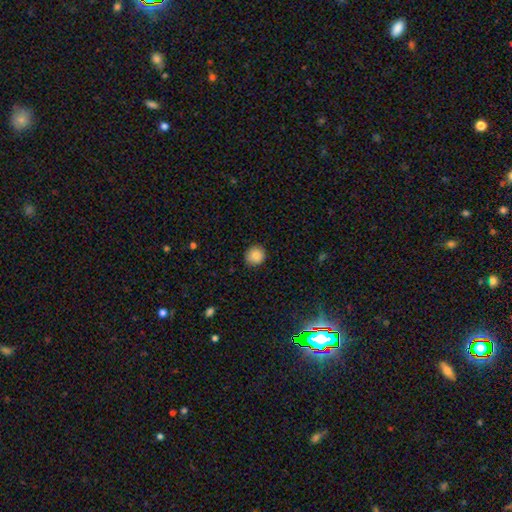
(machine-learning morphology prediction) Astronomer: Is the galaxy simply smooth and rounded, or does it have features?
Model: smooth — 87%.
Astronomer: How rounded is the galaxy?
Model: round — 91%.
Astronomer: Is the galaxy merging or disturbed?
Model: none — 89%.